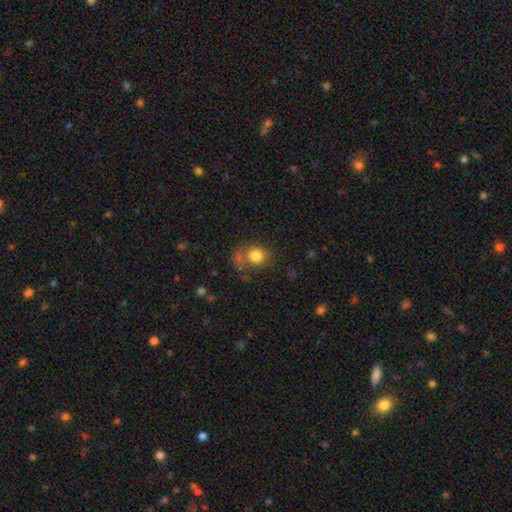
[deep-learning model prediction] smooth_or_featured: smooth (p=0.80) [alt: star or artifact p=0.11]
how_rounded: round (p=0.73) [alt: in between p=0.26]
merging: none (p=0.52) [alt: merger p=0.18]